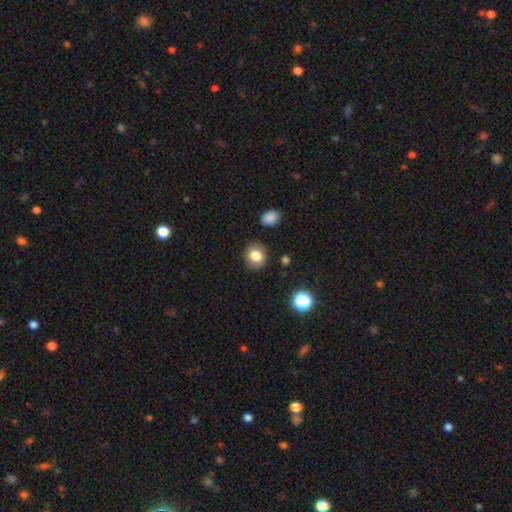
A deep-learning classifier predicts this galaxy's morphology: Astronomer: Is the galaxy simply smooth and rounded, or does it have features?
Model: smooth — 81%.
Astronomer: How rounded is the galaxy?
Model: round — 68%.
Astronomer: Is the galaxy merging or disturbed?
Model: none — 83%.